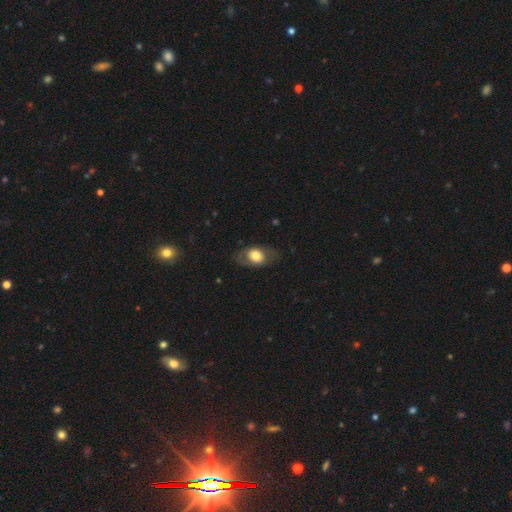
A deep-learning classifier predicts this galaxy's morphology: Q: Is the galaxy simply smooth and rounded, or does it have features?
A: smooth — 62%.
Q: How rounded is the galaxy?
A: in between — 75%.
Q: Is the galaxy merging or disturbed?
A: none — 74%.